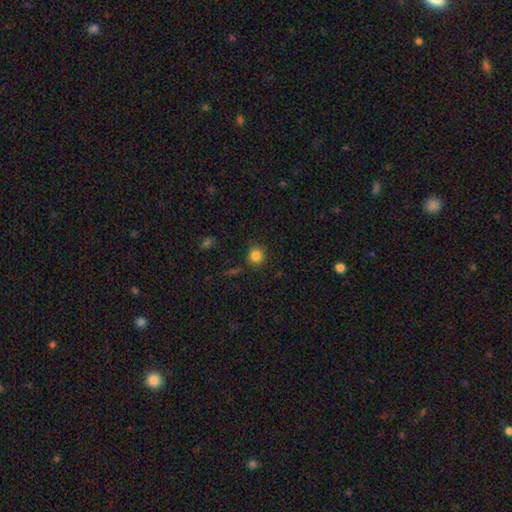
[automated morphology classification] This is clearly a smooth galaxy (84%). How rounded: clearly round (91%). Merging: clearly none (86%).